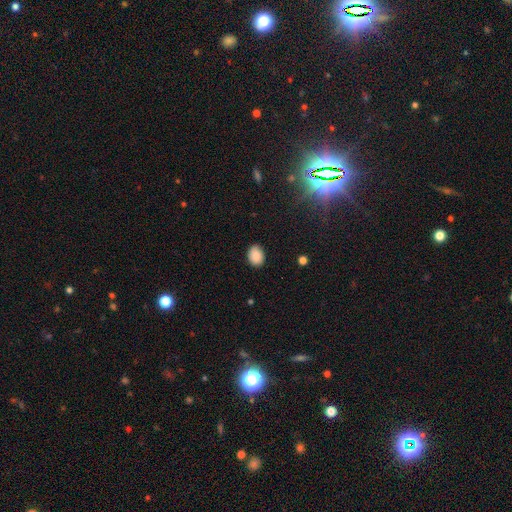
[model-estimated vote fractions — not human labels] This is clearly a smooth galaxy (88%). How rounded: likely in between (67%). Merging: clearly none (85%).